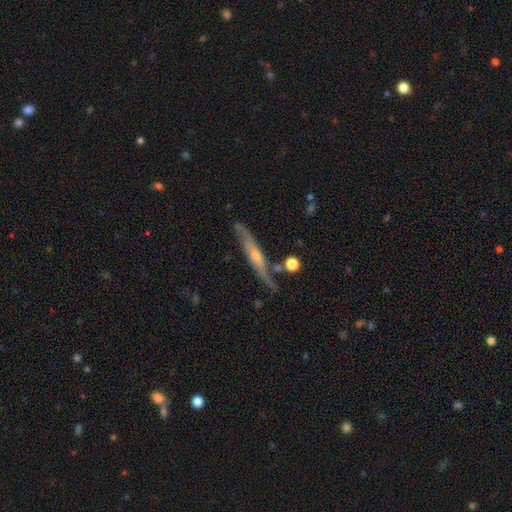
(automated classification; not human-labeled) Smooth or featured? Predicted: featured or disk (p=0.70). Edge-on disk? Predicted: yes (p=0.79). Edge-on bulge? Predicted: rounded (p=0.67). Merging? Predicted: none (p=0.70).